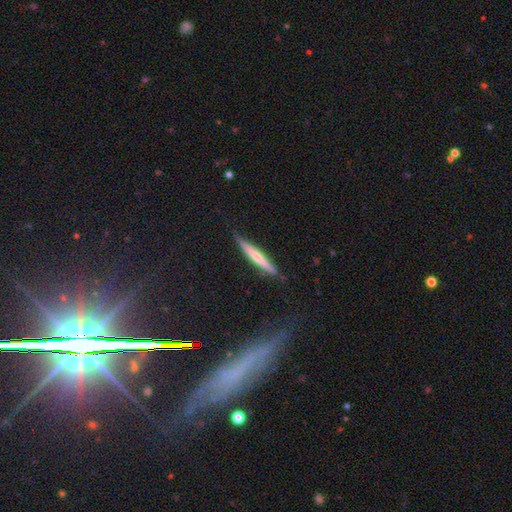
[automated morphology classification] Q: Smooth or featured?
A: featured or disk (47%); runner-up: smooth (45%)
Q: Merging?
A: none (80%); runner-up: minor disturbance (16%)